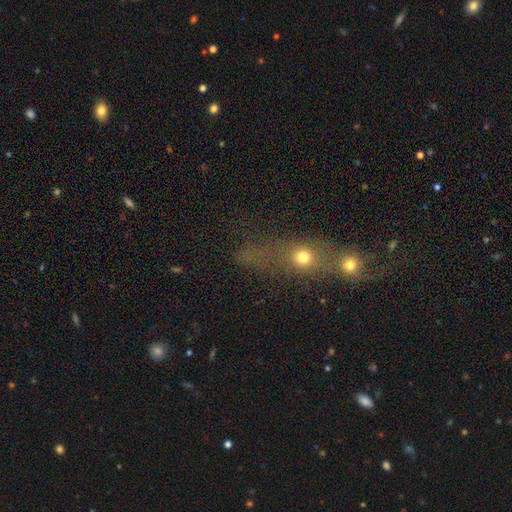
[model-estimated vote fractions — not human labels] Smooth or featured? Predicted: smooth (p=0.48). Merging? Predicted: merger (p=0.59).